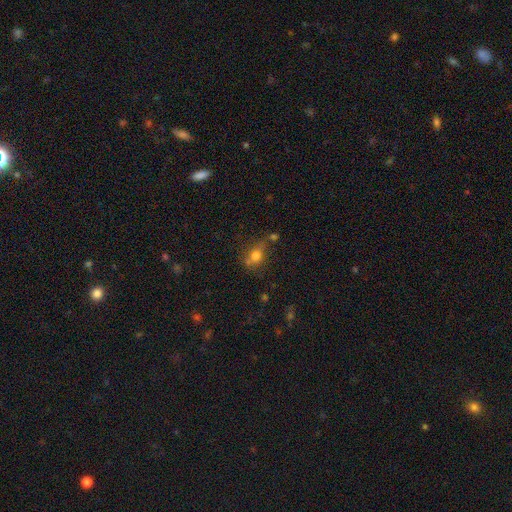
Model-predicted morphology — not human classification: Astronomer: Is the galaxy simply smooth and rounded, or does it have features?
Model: smooth — 67%.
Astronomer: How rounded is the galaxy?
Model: in between — 56% (runner-up: round, 39%).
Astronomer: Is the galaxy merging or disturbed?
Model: none — 53%.